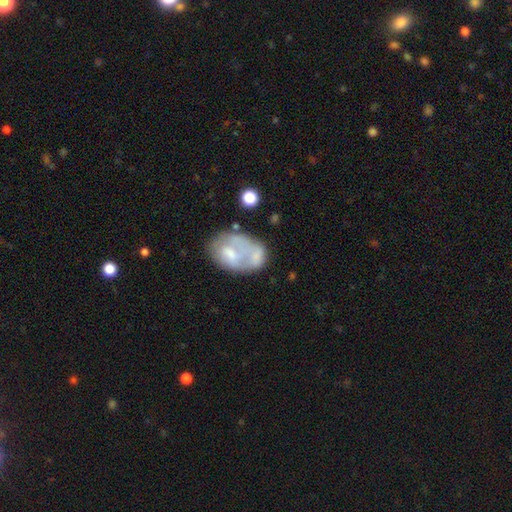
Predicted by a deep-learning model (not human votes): The model was most divided on "merging": none: 29%, major disturbance: 25%, merger: 24%, minor disturbance: 23%. More confident: how rounded — in between (79%); smooth or featured — smooth (51%).